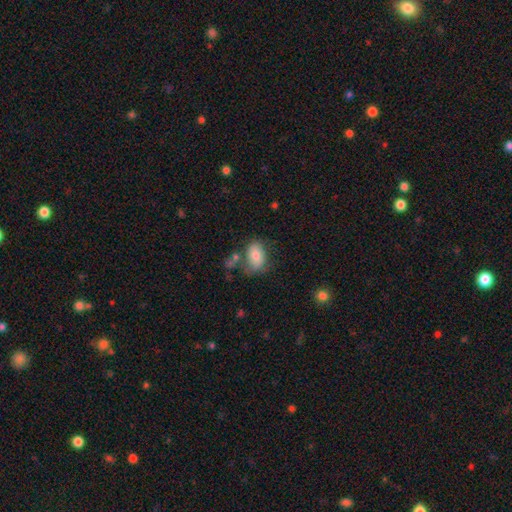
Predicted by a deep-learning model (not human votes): smooth 74%, featured or disk 18%, star or artifact 8%. Down the decision tree: how rounded — in between (85%); merging — none (55%).